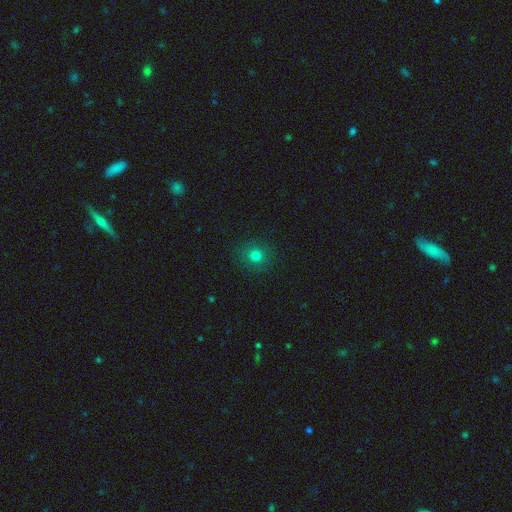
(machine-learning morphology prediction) Smooth or featured?
  - smooth: 78% *
  - star or artifact: 16%
  - featured or disk: 6%
How rounded?
  - round: 89% *
  - in between: 10%
  - cigar-shaped: 1%
Merging?
  - none: 89% *
  - minor disturbance: 8%
  - major disturbance: 3%
  - merger: 1%